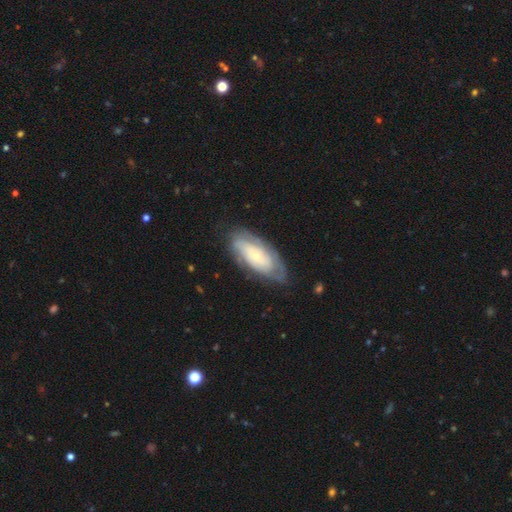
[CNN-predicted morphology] This is likely a featured or disk galaxy (63%). It is clearly not viewed edge-on (90%). Bar: likely no (77%). Spiral arm pattern: likely yes (78%). Central bulge: likely small (75%). Merging: likely none (72%).